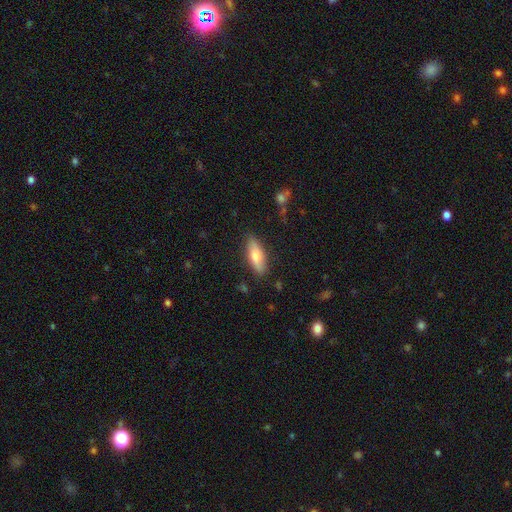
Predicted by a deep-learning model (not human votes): Overall: smooth (69%). How rounded: in between (57%; cigar-shaped 41%). Merging: none (83%).